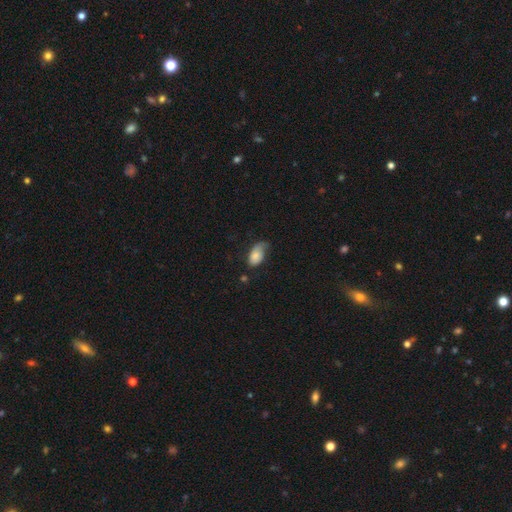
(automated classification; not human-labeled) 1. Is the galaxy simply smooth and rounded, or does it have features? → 73% smooth, 19% featured or disk, 7% star or artifact.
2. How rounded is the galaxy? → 93% in between, 4% round, 2% cigar-shaped.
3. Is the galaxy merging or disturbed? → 38% none, 36% minor disturbance, 22% major disturbance, 3% merger.